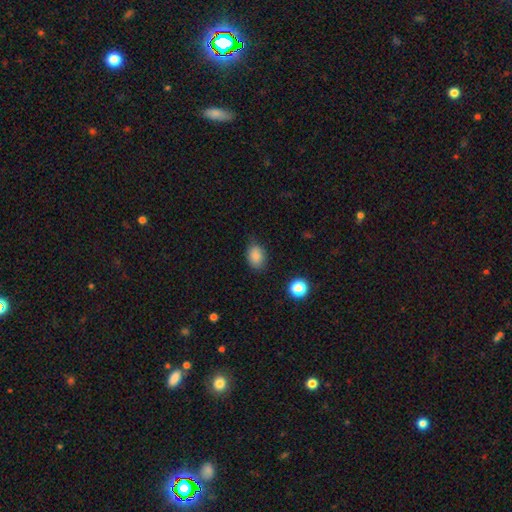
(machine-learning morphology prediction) A smooth galaxy with no disk features (85%) that is in between round and cigar-shaped (77%).

Vote fractions:
- Smooth or featured? smooth: 85% / star or artifact: 10% / featured or disk: 5%
- How rounded? in between: 77% / round: 21% / cigar-shaped: 1%
- Merging? none: 75% / minor disturbance: 19% / major disturbance: 4% / merger: 1%